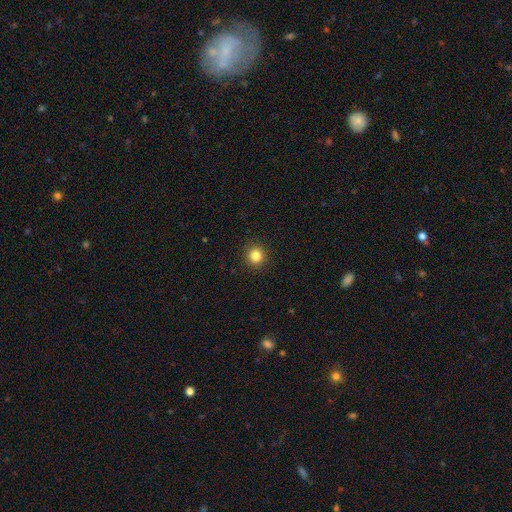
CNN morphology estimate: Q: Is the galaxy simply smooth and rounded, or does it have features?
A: smooth — 84%.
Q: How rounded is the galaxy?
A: round — 93%.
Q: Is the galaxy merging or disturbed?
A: none — 92%.